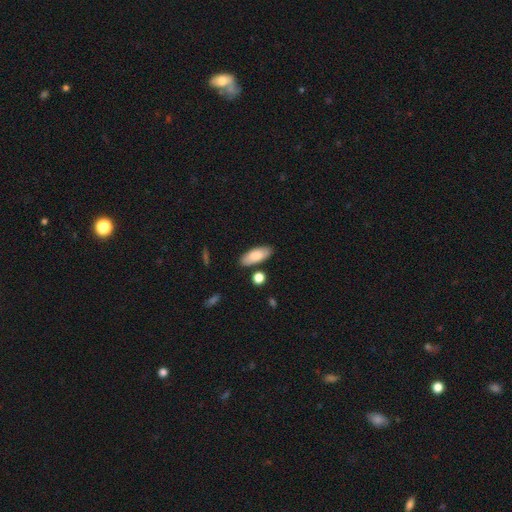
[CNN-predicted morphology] smooth 82%, featured or disk 12%, star or artifact 6%. Down the decision tree: how rounded — in between (79%); merging — none (83%).